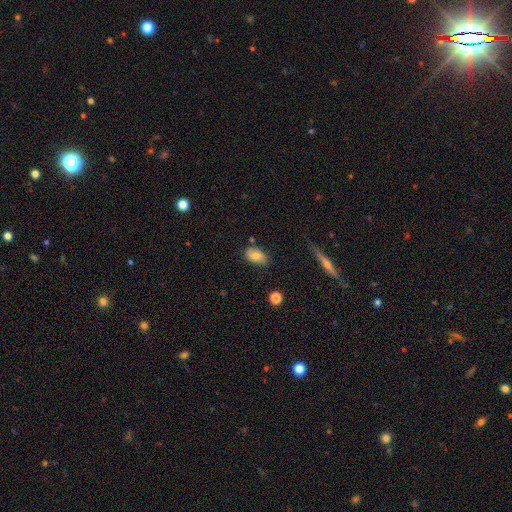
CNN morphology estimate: smooth 72%, featured or disk 19%, star or artifact 9%. Down the decision tree: how rounded — in between (90%); merging — none (71%).